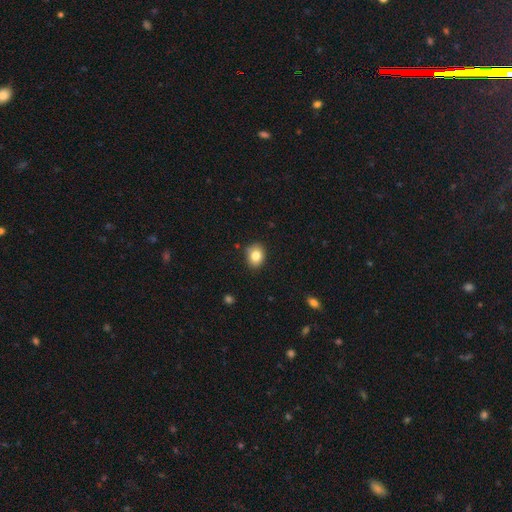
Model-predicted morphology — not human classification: Smooth or featured? Predicted: smooth (p=0.82). How rounded? Predicted: round (p=0.55). Merging? Predicted: none (p=0.84).